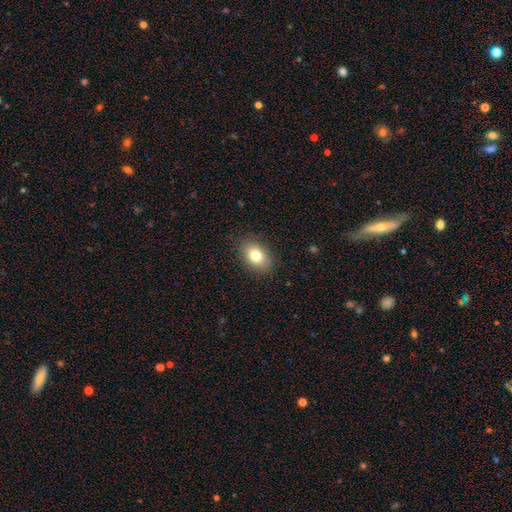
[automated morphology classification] smooth-or-featured: smooth: 80% | featured or disk: 11% | star or artifact: 9%
  how-rounded: in between: 83% | round: 16% | cigar-shaped: 1%
  merging: none: 86% | minor disturbance: 10% | major disturbance: 3% | merger: 1%